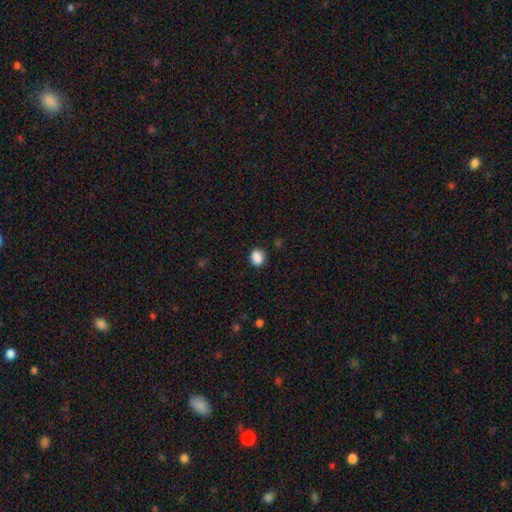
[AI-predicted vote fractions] smooth 86%, star or artifact 10%, featured or disk 4%. Down the decision tree: how rounded — round (56%); merging — none (80%).